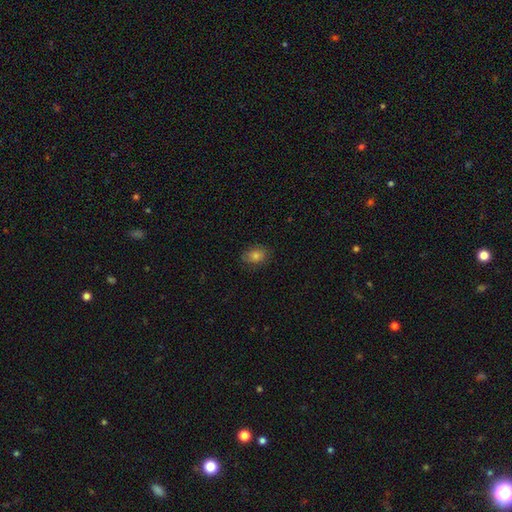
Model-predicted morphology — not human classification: Smooth or featured? Predicted: smooth (p=0.79). How rounded? Predicted: in between (p=0.72). Merging? Predicted: none (p=0.80).